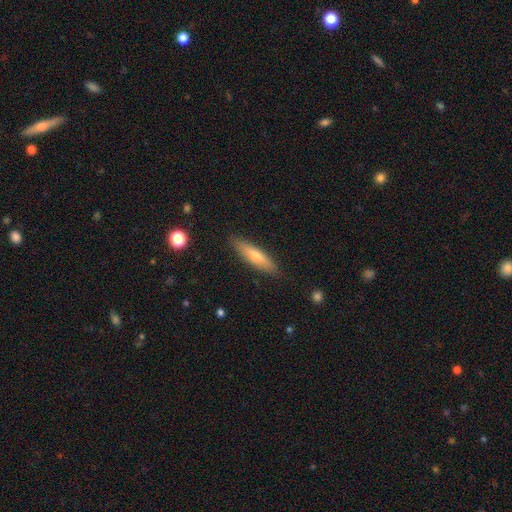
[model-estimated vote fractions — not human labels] This appears to be a smooth galaxy with no disk features (61%) that is cigar-shaped (77%). Merging: none (87%).